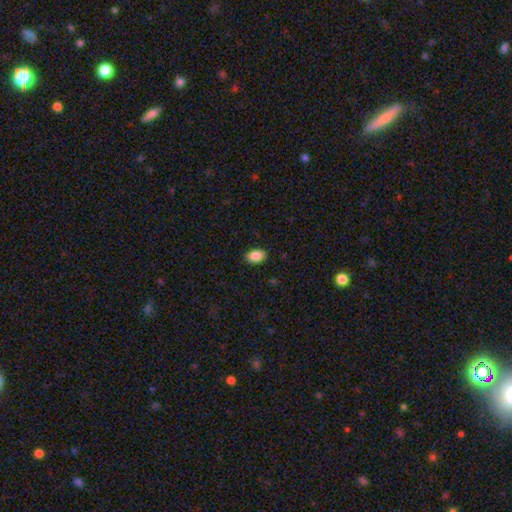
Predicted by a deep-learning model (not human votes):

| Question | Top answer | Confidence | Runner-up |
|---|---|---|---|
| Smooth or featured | smooth | 87% | star or artifact (8%) |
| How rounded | in between | 87% | round (11%) |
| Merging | none | 88% | minor disturbance (9%) |